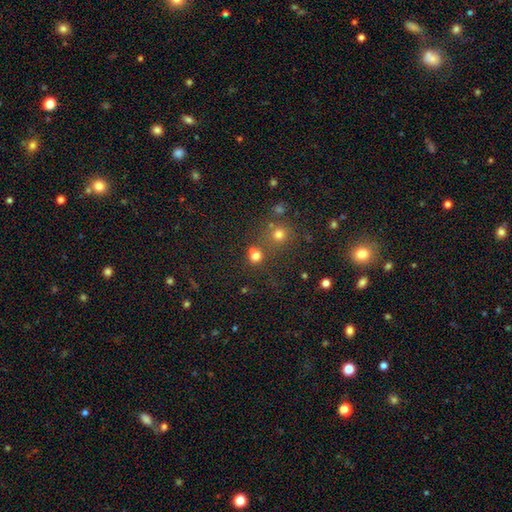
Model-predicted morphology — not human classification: This appears to be a smooth galaxy with no disk features (73%) that is round (82%). Merging: none (58%).